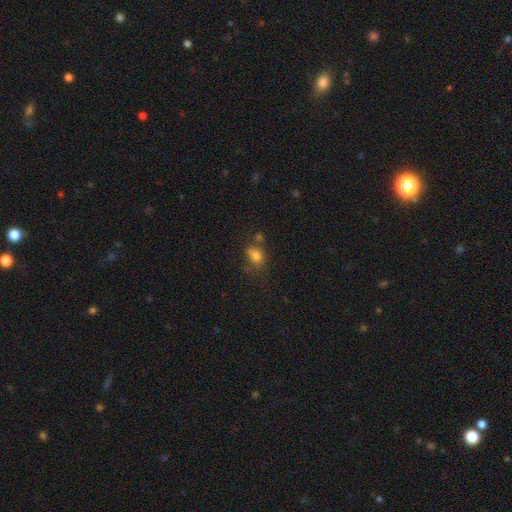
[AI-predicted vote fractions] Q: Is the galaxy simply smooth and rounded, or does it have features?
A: smooth — 79%.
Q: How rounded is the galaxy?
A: in between — 62%.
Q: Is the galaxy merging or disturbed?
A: none — 54%.